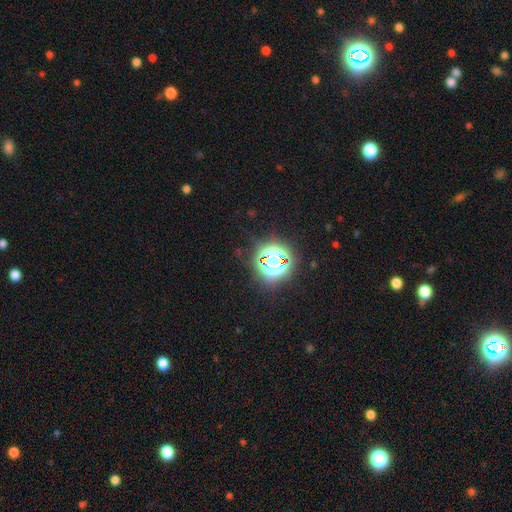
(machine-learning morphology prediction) This appears to be a star or artifact, not a galaxy (81%).